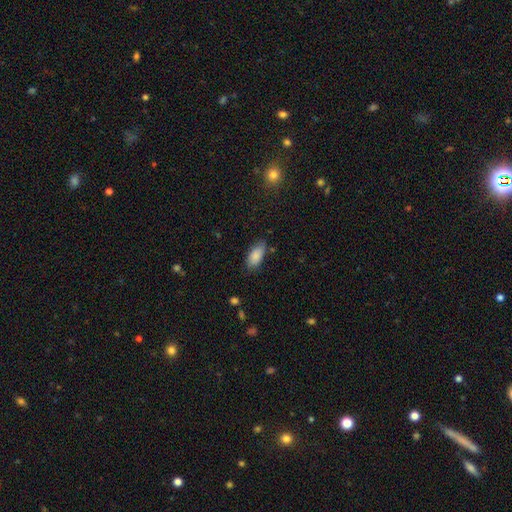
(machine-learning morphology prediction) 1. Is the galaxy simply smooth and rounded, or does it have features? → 86% smooth, 7% star or artifact, 6% featured or disk.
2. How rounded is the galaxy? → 91% in between, 7% cigar-shaped, 2% round.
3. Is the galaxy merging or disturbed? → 73% none, 21% minor disturbance, 4% major disturbance, 2% merger.